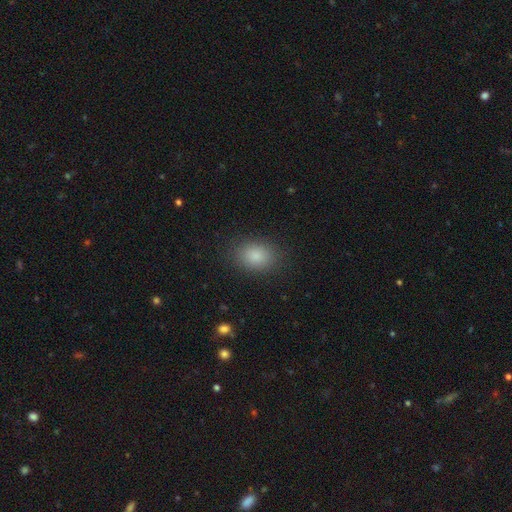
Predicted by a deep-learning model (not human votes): This is clearly a smooth galaxy (85%). How rounded: likely in between (70%). Merging: clearly none (86%).